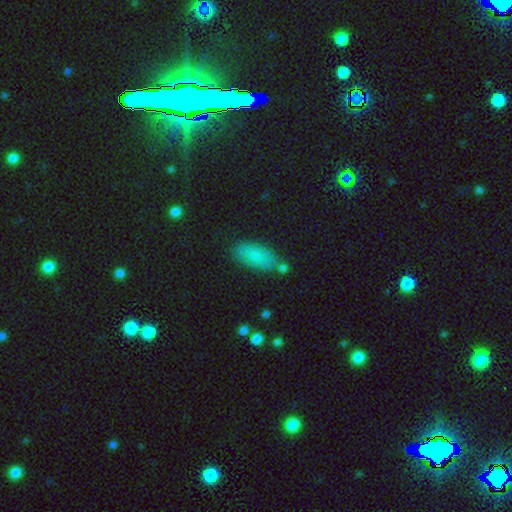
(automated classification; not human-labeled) Smooth or featured? Predicted: smooth (p=0.84). How rounded? Predicted: in between (p=0.86). Merging? Predicted: none (p=0.72).